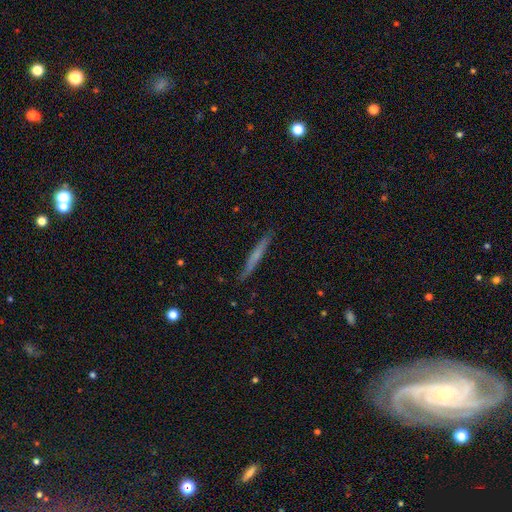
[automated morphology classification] The model was most divided on "smooth or featured": smooth: 51%, featured or disk: 43%, star or artifact: 6%. More confident: how rounded — cigar-shaped (96%); merging — none (89%).